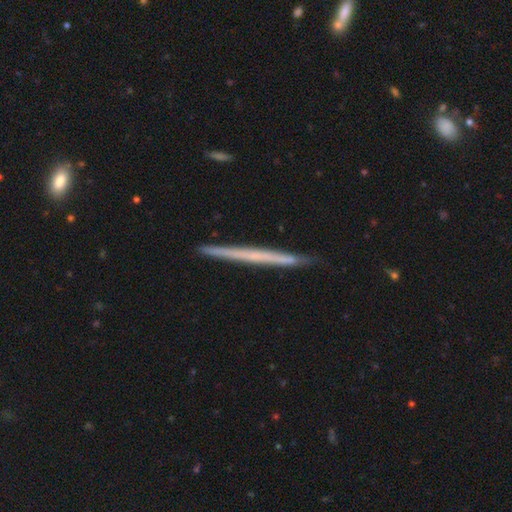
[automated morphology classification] This is possibly a featured or disk galaxy (54%). It is clearly viewed edge-on (97%). Edge-on bulge: clearly none (92%). Merging: clearly none (91%).